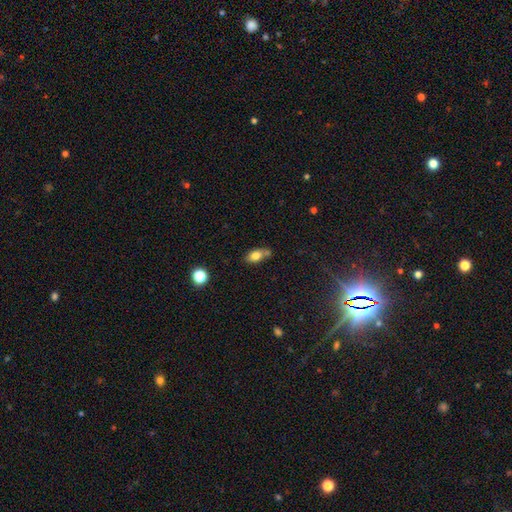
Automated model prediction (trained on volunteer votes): Q: Smooth or featured?
A: smooth (78%); runner-up: featured or disk (12%)
Q: How rounded?
A: in between (82%); runner-up: round (13%)
Q: Merging?
A: none (53%); runner-up: minor disturbance (21%)